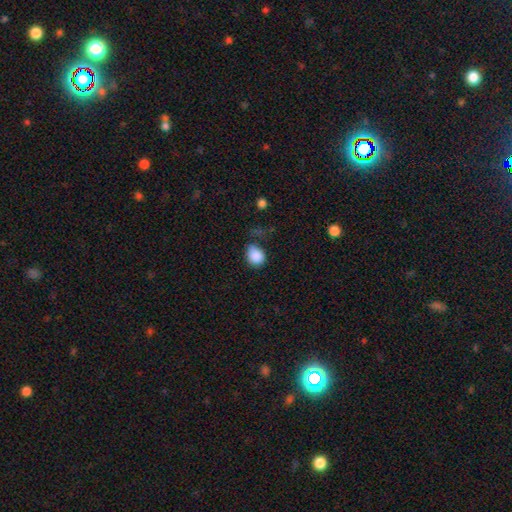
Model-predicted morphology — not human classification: This is clearly a smooth galaxy (86%). How rounded: likely round (62%). Merging: possibly none (49%).